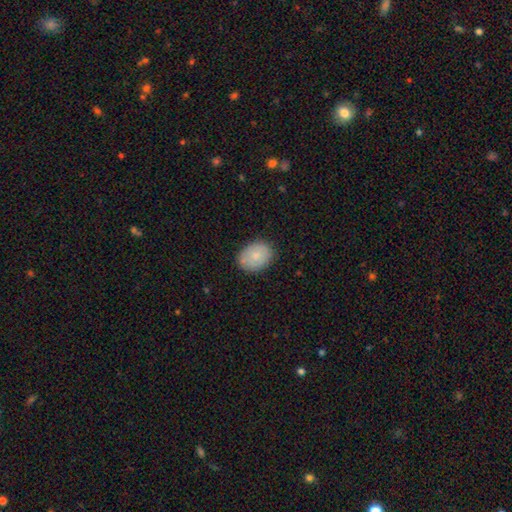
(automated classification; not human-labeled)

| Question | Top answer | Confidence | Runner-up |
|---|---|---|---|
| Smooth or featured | smooth | 80% | featured or disk (13%) |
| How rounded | in between | 69% | round (30%) |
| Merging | none | 81% | minor disturbance (14%) |